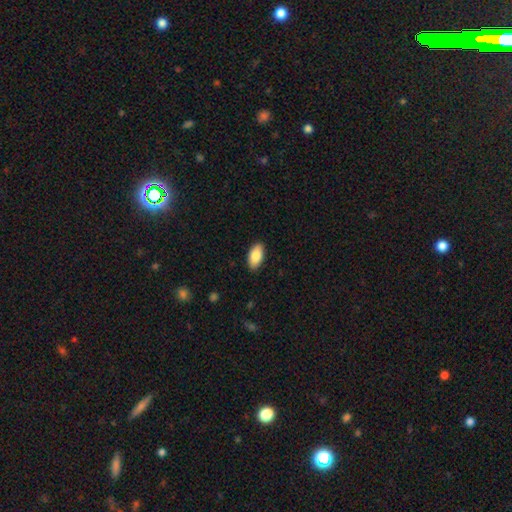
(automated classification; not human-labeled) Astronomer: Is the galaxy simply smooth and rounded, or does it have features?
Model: smooth — 86%.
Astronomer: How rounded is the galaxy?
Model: in between — 93%.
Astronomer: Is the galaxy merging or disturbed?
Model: none — 89%.